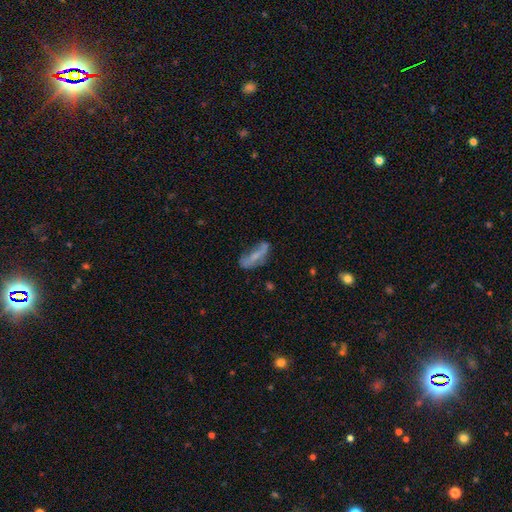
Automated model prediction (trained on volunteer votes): smooth-or-featured: smooth: 49% | featured or disk: 41% | star or artifact: 10%
  merging: none: 41% | minor disturbance: 29% | major disturbance: 23% | merger: 7%